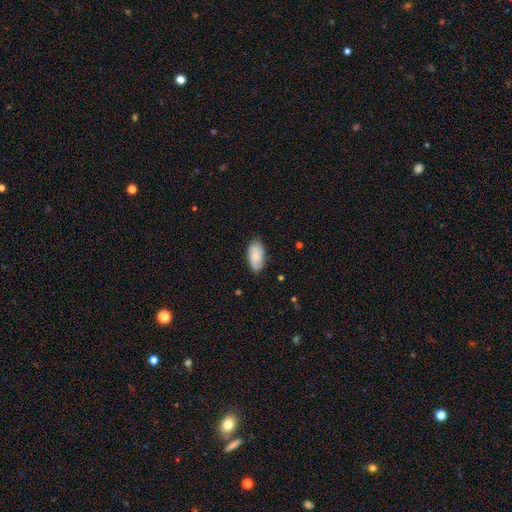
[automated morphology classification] A smooth galaxy with no disk features (79%) that is in between round and cigar-shaped (93%). Merging: none (78%).